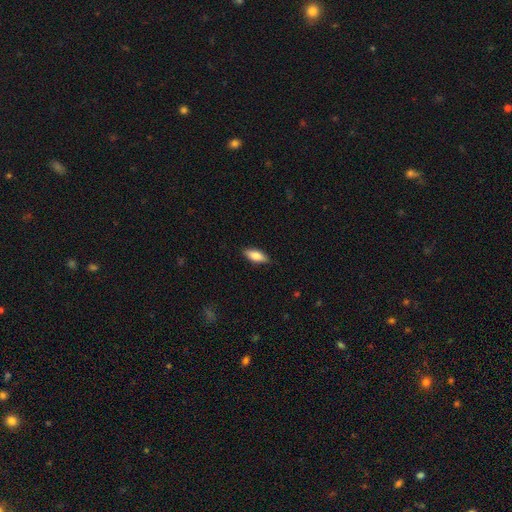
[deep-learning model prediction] Smooth or featured? Predicted: smooth (p=0.80). How rounded? Predicted: in between (p=0.75). Merging? Predicted: none (p=0.84).